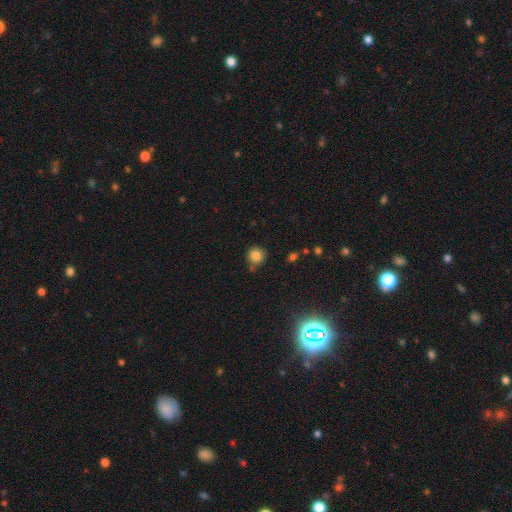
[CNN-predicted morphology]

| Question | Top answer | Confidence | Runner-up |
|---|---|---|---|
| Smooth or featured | smooth | 83% | star or artifact (11%) |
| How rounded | round | 90% | in between (9%) |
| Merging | none | 73% | minor disturbance (16%) |